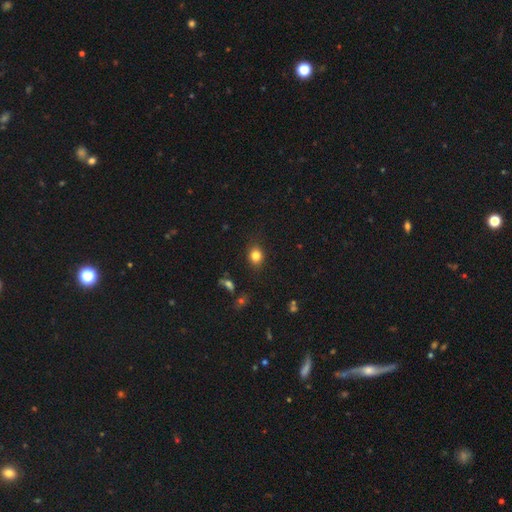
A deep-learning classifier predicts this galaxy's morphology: The model was most divided on "how rounded": round: 55%, in between: 43%, cigar-shaped: 1%. More confident: merging — none (85%); smooth or featured — smooth (81%).